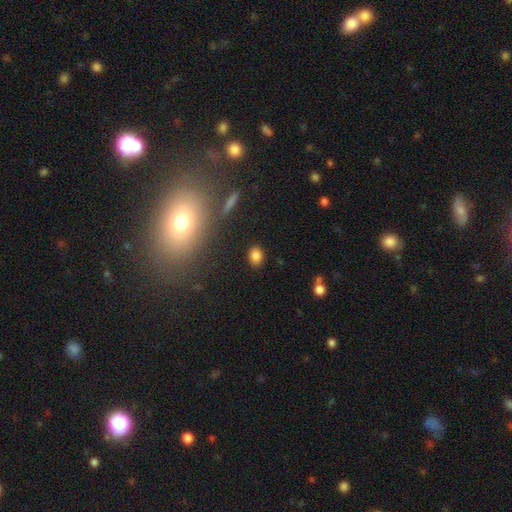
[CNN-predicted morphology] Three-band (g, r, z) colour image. It shows a smooth galaxy with no disk features (83%) that is in between round and cigar-shaped (65%). Merging: none (86%).